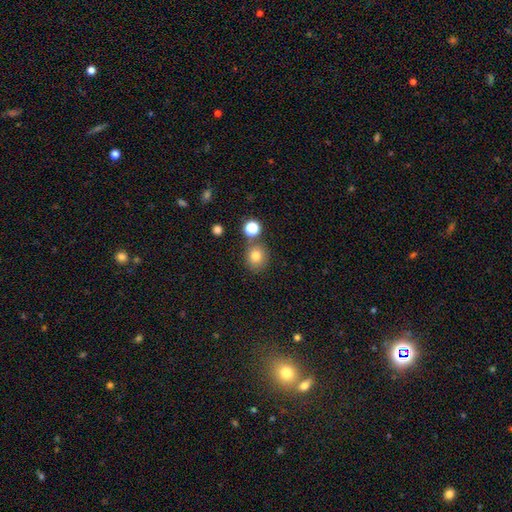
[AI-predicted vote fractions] A smooth galaxy with no disk features (79%) that is round (80%). Merging: none (75%).